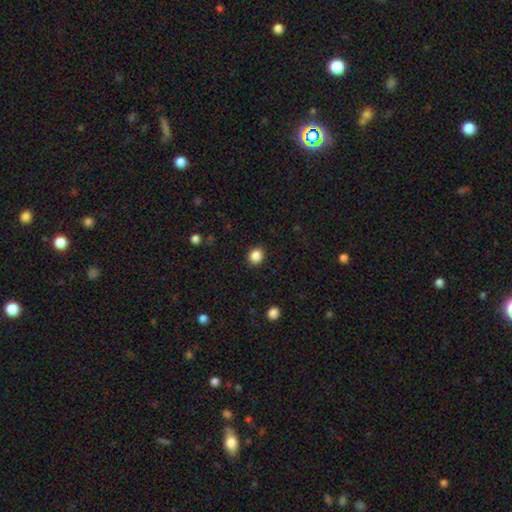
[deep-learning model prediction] Smooth or featured? smooth (87%)
How rounded? round (77%)
Merging? none (91%)